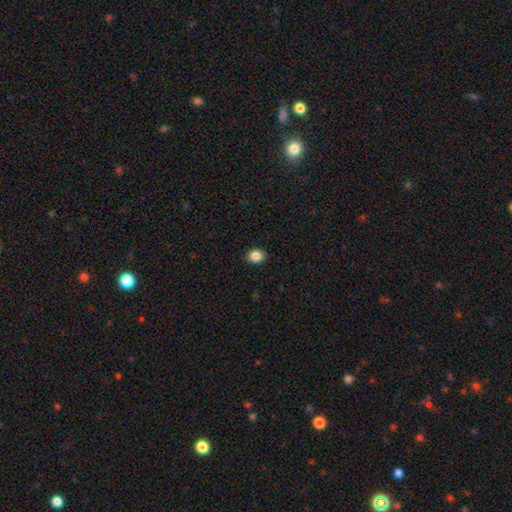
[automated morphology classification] smooth_or_featured: smooth (p=0.86) [alt: star or artifact p=0.10]
how_rounded: in between (p=0.53) [alt: round p=0.46]
merging: none (p=0.90) [alt: minor disturbance p=0.07]